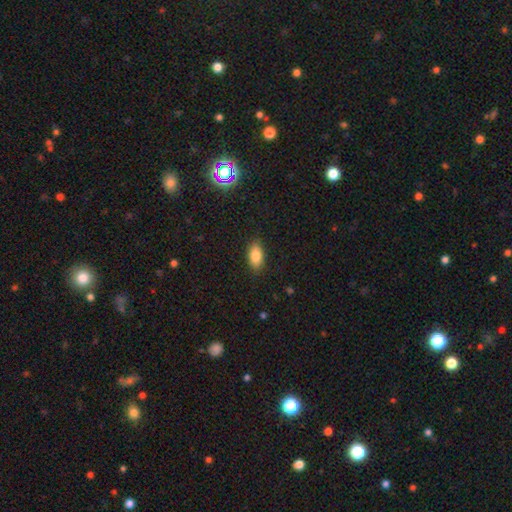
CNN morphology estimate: Smooth or featured? Predicted: smooth (p=0.82). How rounded? Predicted: in between (p=0.88). Merging? Predicted: none (p=0.86).